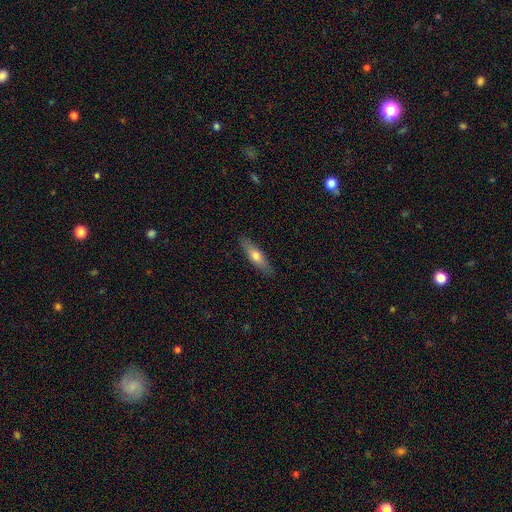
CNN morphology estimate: A smooth galaxy with no disk features (61%) that is cigar-shaped (66%). Merging: none (88%).